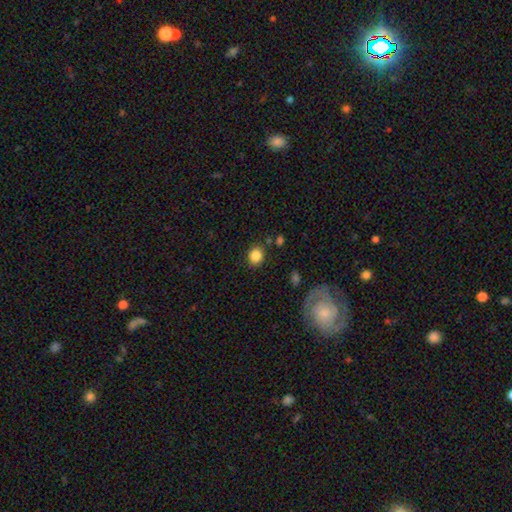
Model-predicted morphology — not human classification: The model was most divided on "how rounded": round: 72%, in between: 28%, cigar-shaped: 1%. More confident: merging — none (85%); smooth or featured — smooth (84%).